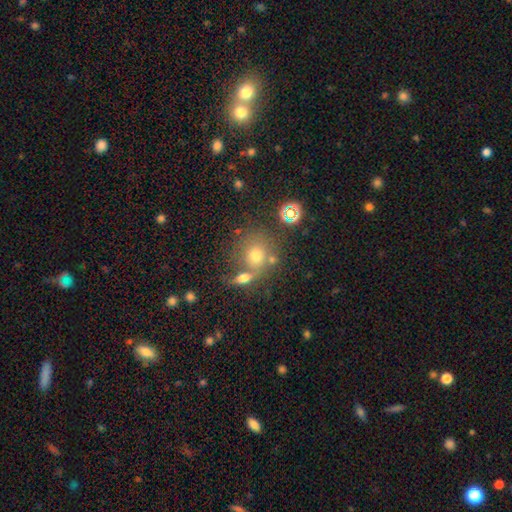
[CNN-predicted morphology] A smooth galaxy with no disk features (65%) that is round (80%).

Vote fractions:
- Smooth or featured? smooth: 65% / star or artifact: 19% / featured or disk: 15%
- How rounded? round: 80% / in between: 19% / cigar-shaped: 1%
- Merging? none: 55% / merger: 28% / minor disturbance: 11% / major disturbance: 6%